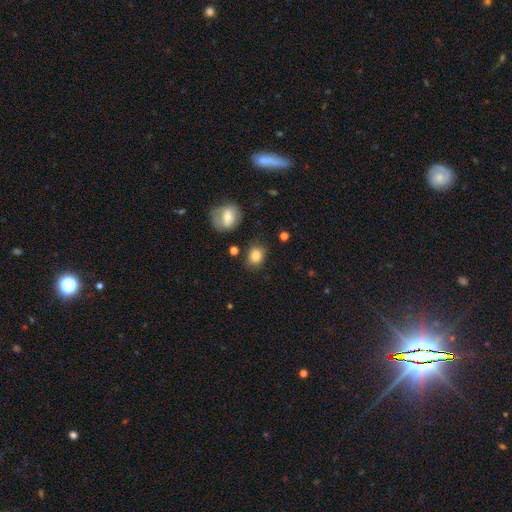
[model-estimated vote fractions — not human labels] This appears to be a smooth galaxy with no disk features (84%) that is round (53%). Merging: none (79%).